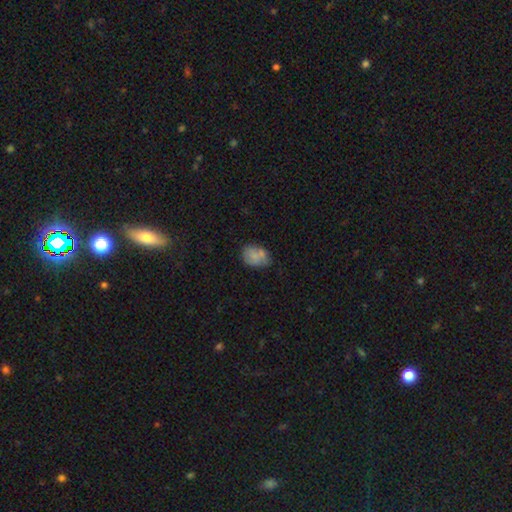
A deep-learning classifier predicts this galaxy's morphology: type=smooth (72%); roundness=in between (74%); merging=none (51%).